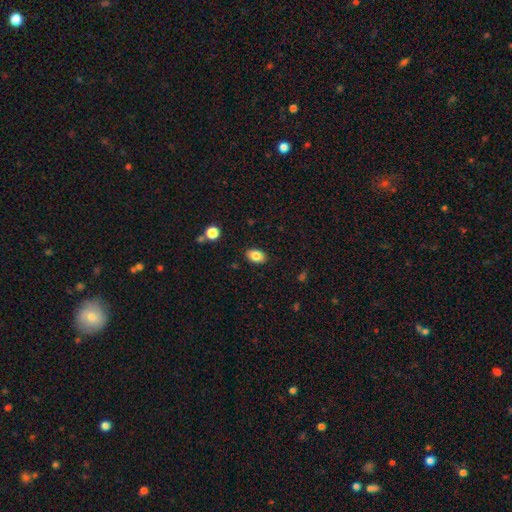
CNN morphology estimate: smooth-or-featured: smooth: 84% | star or artifact: 8% | featured or disk: 8%
  how-rounded: in between: 85% | round: 14% | cigar-shaped: 1%
  merging: none: 87% | minor disturbance: 9% | major disturbance: 2% | merger: 1%